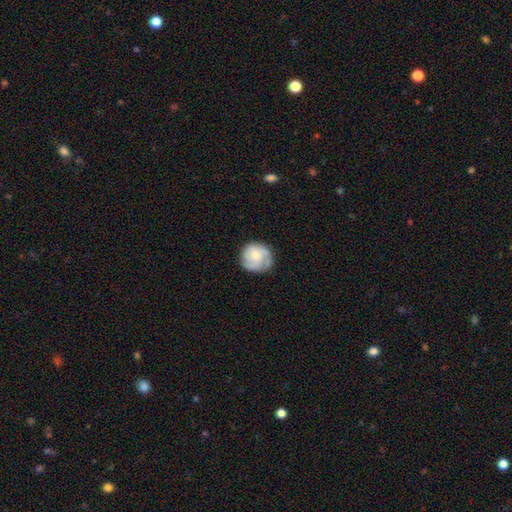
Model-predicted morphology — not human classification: smooth-or-featured: featured or disk: 49% | smooth: 44% | star or artifact: 7%
  merging: none: 72% | minor disturbance: 20% | major disturbance: 7% | merger: 1%